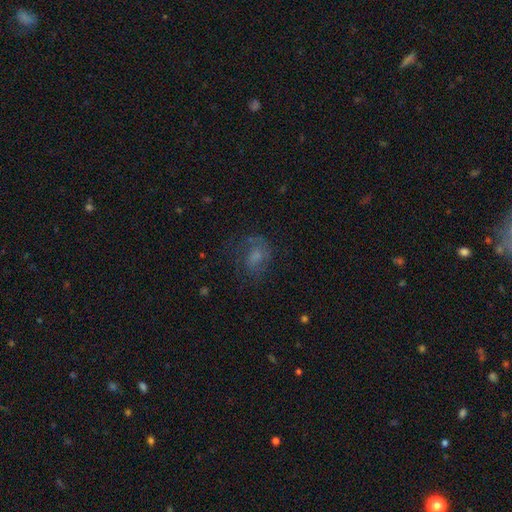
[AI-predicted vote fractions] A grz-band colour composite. It shows a featured or disk galaxy (45%). Merging: none (54%).